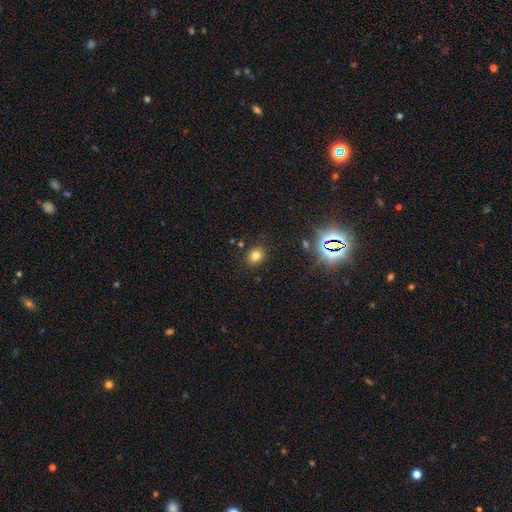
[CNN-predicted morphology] smooth_or_featured: smooth (p=0.75) [alt: star or artifact p=0.17]
how_rounded: round (p=0.60) [alt: in between p=0.39]
merging: none (p=0.85) [alt: minor disturbance p=0.09]